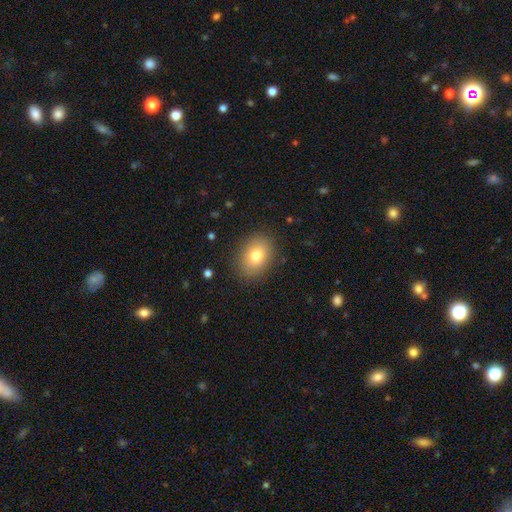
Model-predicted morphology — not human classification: This appears to be a smooth galaxy with no disk features (78%) that is in between round and cigar-shaped (65%). Merging: none (87%).